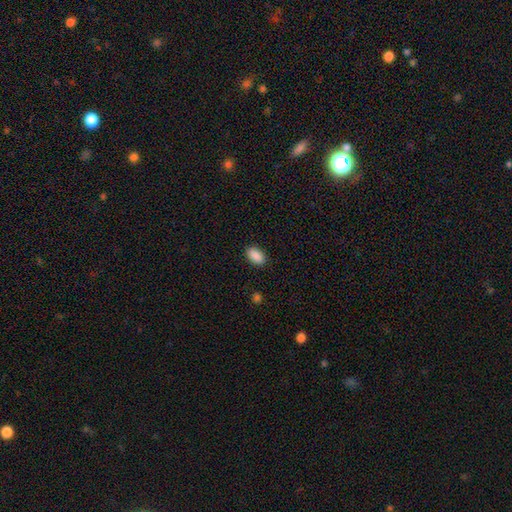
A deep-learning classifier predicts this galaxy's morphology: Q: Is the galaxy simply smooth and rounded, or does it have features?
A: smooth — 90%.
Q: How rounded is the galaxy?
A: in between — 93%.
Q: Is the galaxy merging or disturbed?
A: none — 88%.